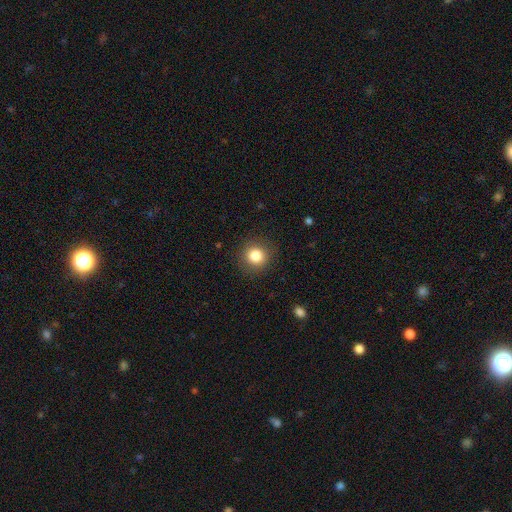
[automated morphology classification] smooth-or-featured: smooth: 84% | star or artifact: 10% | featured or disk: 6%
  how-rounded: round: 91% | in between: 8% | cigar-shaped: 1%
  merging: none: 88% | minor disturbance: 8% | major disturbance: 3% | merger: 1%